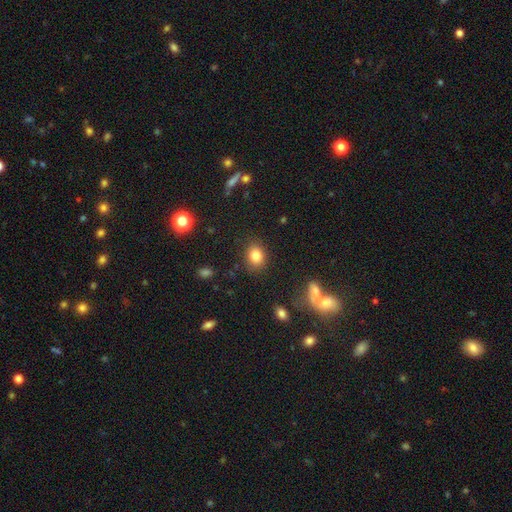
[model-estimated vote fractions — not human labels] Overall: smooth (83%). How rounded: round (52%; in between 47%). Merging: none (85%).